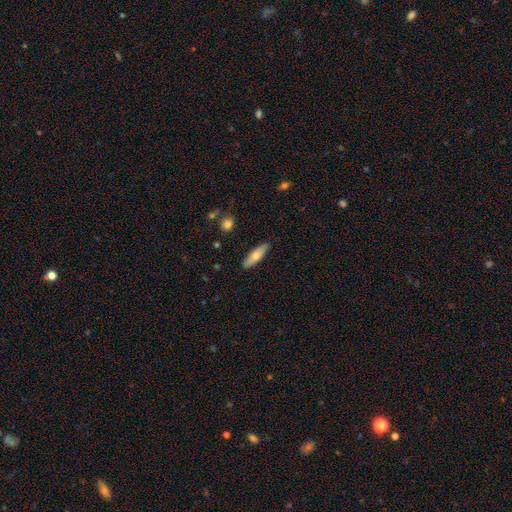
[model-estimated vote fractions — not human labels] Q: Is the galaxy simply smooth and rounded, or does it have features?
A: smooth — 69%.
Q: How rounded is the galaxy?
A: cigar-shaped — 53%.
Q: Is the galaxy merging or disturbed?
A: none — 87%.